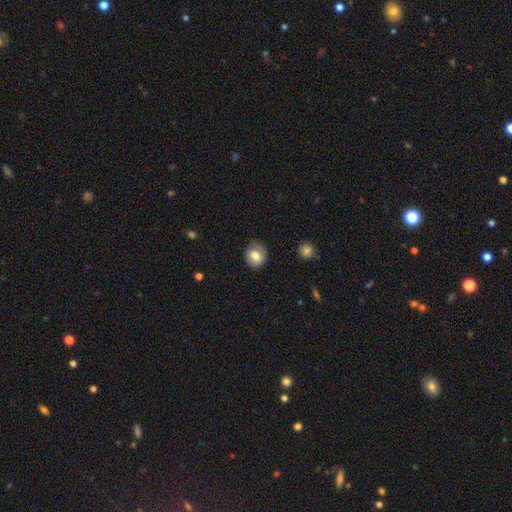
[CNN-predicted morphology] A smooth galaxy with no disk features (77%) that is round (65%). Merging: none (77%).